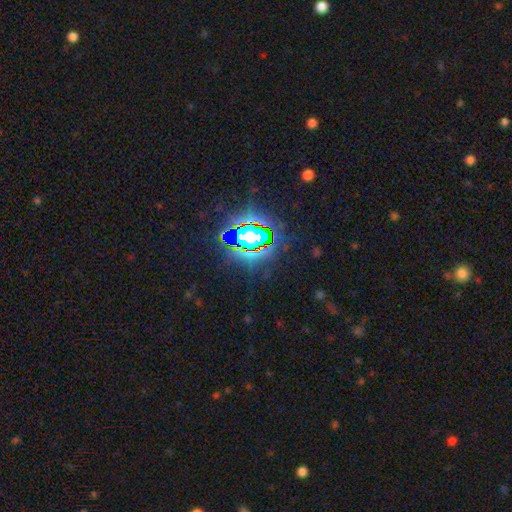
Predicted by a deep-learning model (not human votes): Smooth or featured?
  - star or artifact: 86% *
  - smooth: 8%
  - featured or disk: 6%